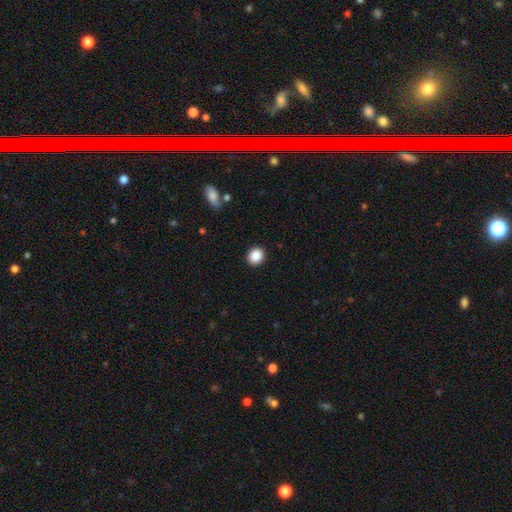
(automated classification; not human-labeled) A smooth galaxy with no disk features (88%) that is round (73%). Merging: none (91%).